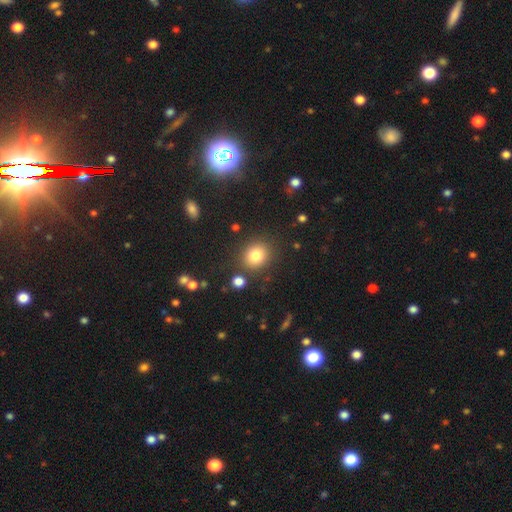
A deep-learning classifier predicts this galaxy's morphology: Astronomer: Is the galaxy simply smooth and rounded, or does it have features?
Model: smooth — 81%.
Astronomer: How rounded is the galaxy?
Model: round — 72%.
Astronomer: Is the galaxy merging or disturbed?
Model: none — 83%.